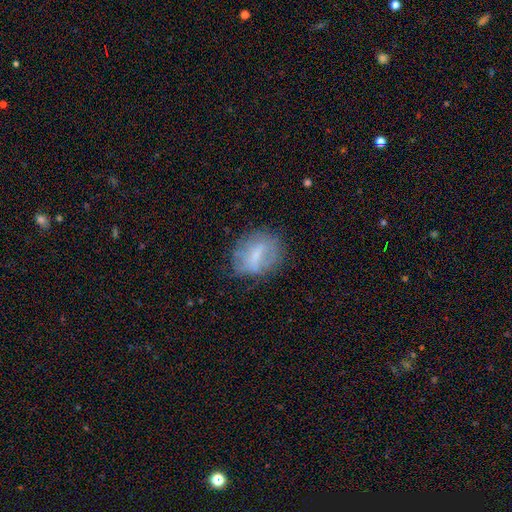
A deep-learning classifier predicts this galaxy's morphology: A smooth galaxy with no disk features (49%). Merging: none (67%).